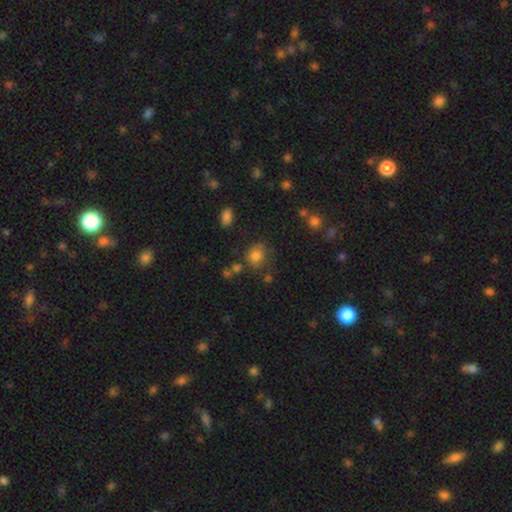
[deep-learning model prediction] smooth 78%, star or artifact 13%, featured or disk 9%. Down the decision tree: how rounded — round (63%); merging — none (63%).